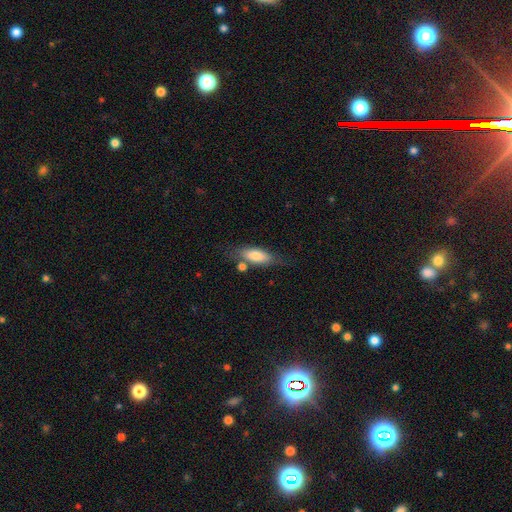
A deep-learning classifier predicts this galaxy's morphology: This is likely a smooth galaxy (74%). How rounded: likely in between (67%). Merging: likely none (63%).